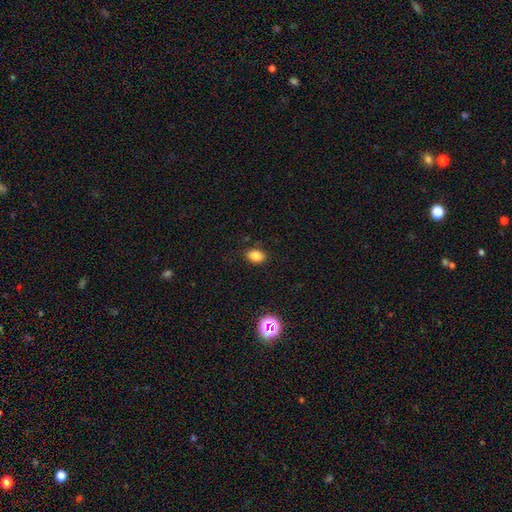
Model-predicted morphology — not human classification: type=smooth (83%); roundness=in between (78%); merging=none (85%).